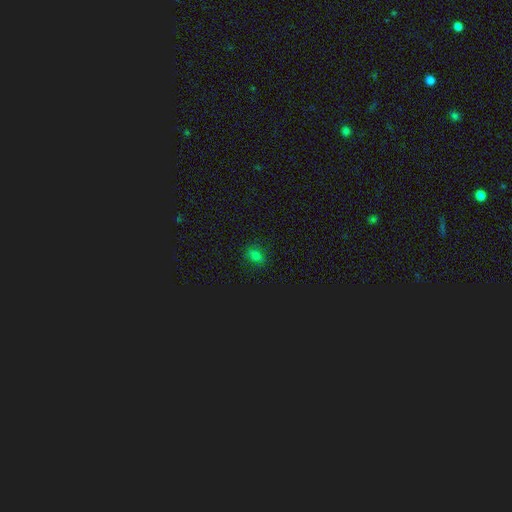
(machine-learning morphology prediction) Overall: smooth (67%). How rounded: in between (69%). Merging: none (83%).